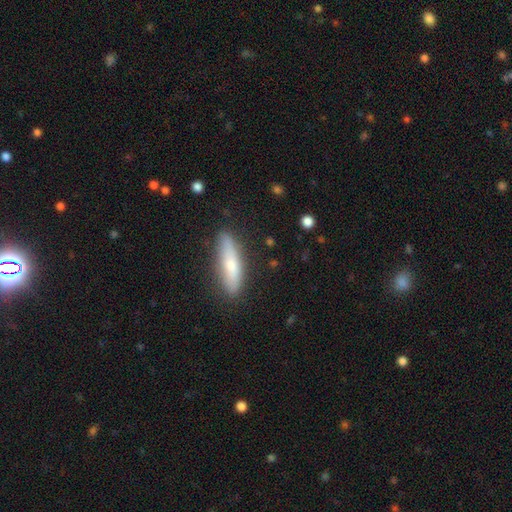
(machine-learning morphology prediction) Smooth or featured? smooth (49%)
Merging? none (82%)